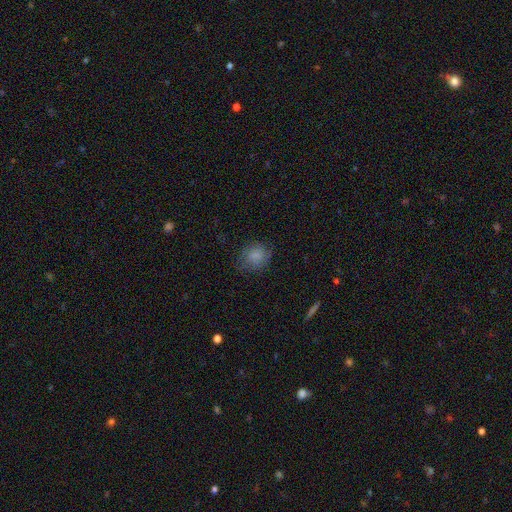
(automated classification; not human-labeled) Q: Smooth or featured?
A: smooth (79%); runner-up: featured or disk (12%)
Q: How rounded?
A: round (76%); runner-up: in between (23%)
Q: Merging?
A: none (71%); runner-up: minor disturbance (20%)